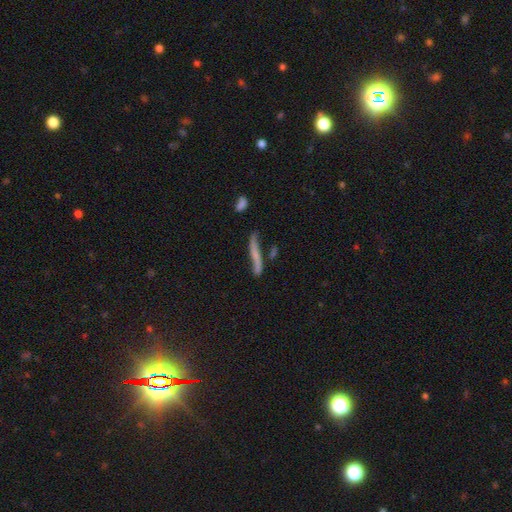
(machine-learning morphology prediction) Smooth or featured? Predicted: smooth (p=0.50). Merging? Predicted: none (p=0.56).